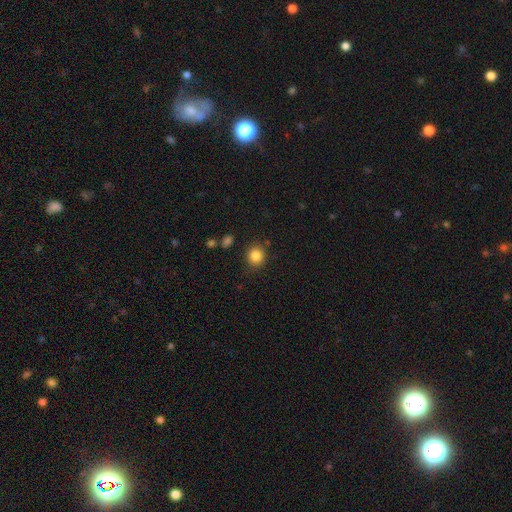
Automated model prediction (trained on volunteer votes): Smooth or featured?
  - smooth: 85% *
  - star or artifact: 11%
  - featured or disk: 5%
How rounded?
  - round: 85% *
  - in between: 14%
  - cigar-shaped: 1%
Merging?
  - none: 84% *
  - minor disturbance: 10%
  - major disturbance: 3%
  - merger: 3%